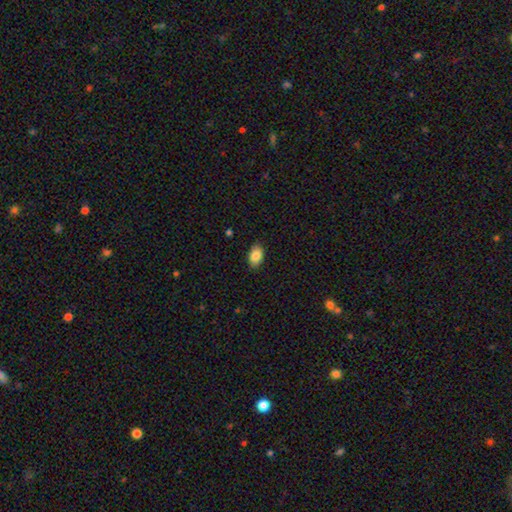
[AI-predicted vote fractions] Overall: smooth (87%). How rounded: in between (91%). Merging: none (87%).